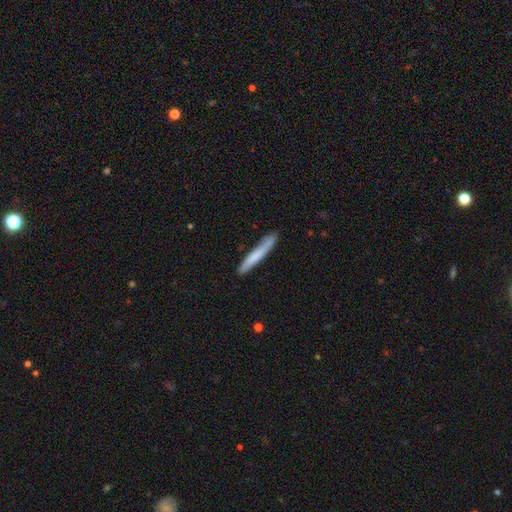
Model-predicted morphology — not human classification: A smooth galaxy with no disk features (69%) that is cigar-shaped (96%). Merging: none (82%).